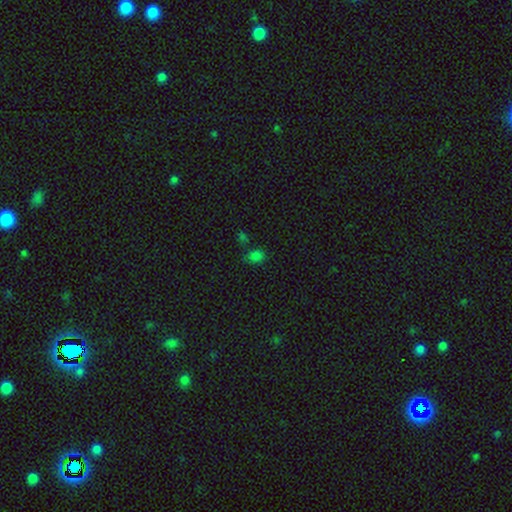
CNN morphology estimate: type=smooth (66%); roundness=in between (56%); merging=none (61%).